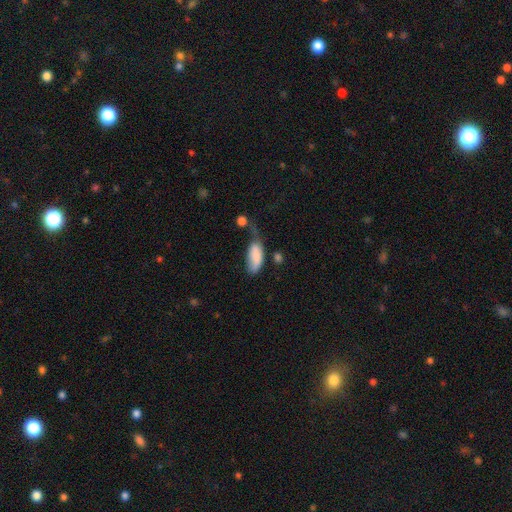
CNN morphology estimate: This is clearly a smooth galaxy (82%). How rounded: clearly in between (87%). Merging: marginally minor disturbance (31%).